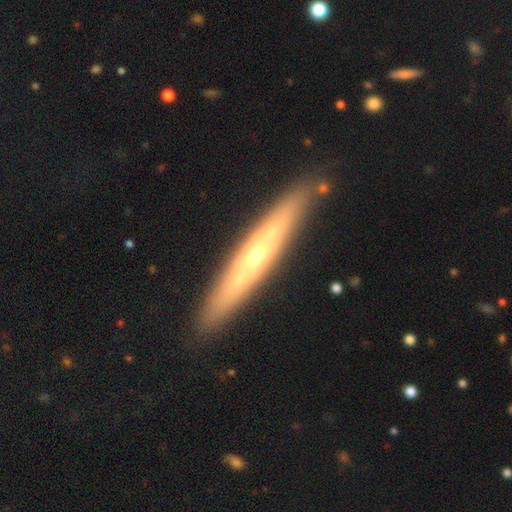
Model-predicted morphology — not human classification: featured or disk 65%, smooth 30%, star or artifact 6%. Down the decision tree: edge-on disk — yes (81%); edge-on bulge — rounded (74%); merging — none (88%).